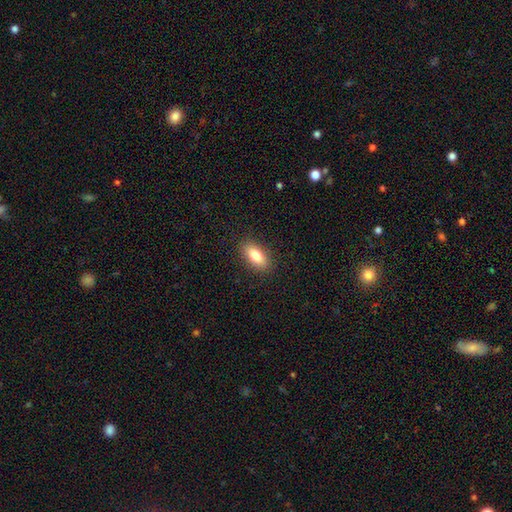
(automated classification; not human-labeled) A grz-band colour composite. It shows a smooth galaxy with no disk features (81%) that is in between round and cigar-shaped (86%). Merging: none (88%).